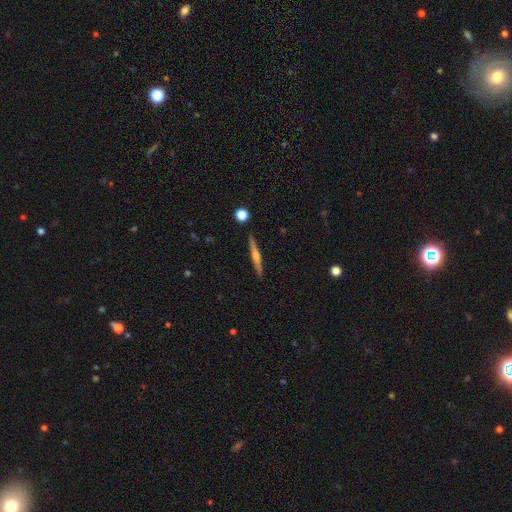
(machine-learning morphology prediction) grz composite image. It shows a featured or disk galaxy (73%) viewed edge-on (98%) with a rounded central bulge (86%). Merging: none (92%).